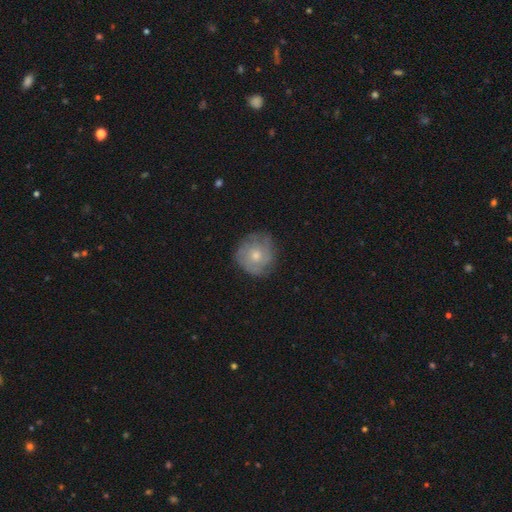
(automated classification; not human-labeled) Smooth or featured? Predicted: smooth (p=0.47). Merging? Predicted: none (p=0.73).